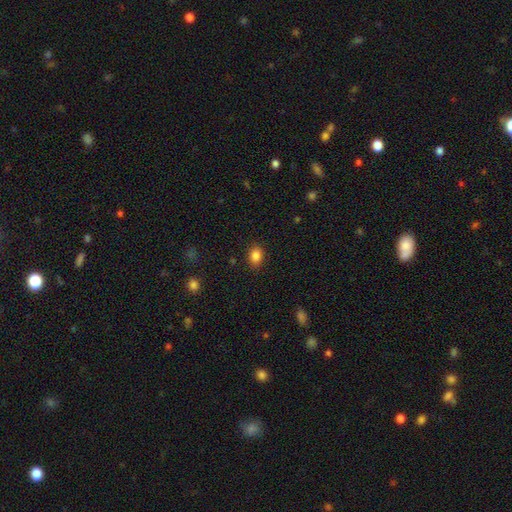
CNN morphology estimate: smooth 85%, star or artifact 10%, featured or disk 5%. Down the decision tree: how rounded — in between (70%); merging — none (86%).